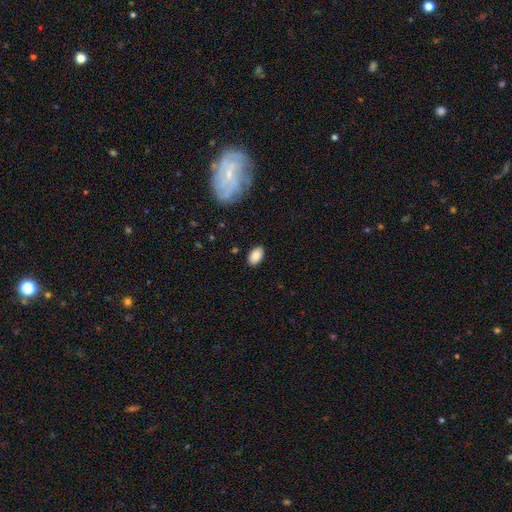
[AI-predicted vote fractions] A smooth galaxy with no disk features (88%) that is in between round and cigar-shaped (93%).

Vote fractions:
- Smooth or featured? smooth: 88% / star or artifact: 7% / featured or disk: 5%
- How rounded? in between: 93% / round: 6% / cigar-shaped: 2%
- Merging? none: 86% / minor disturbance: 10% / major disturbance: 2% / merger: 1%